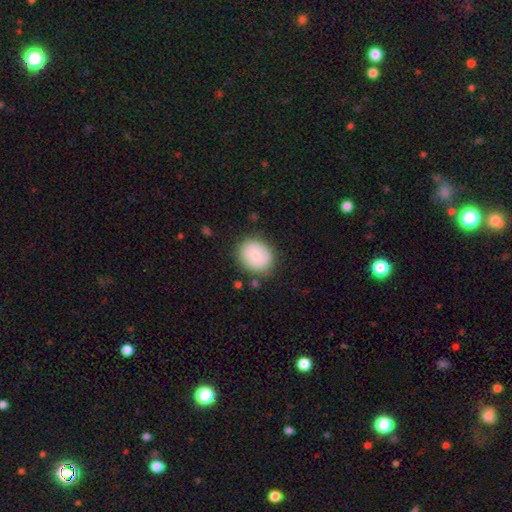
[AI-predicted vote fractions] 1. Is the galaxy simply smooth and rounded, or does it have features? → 72% smooth, 21% featured or disk, 7% star or artifact.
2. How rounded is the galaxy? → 68% round, 32% in between, 1% cigar-shaped.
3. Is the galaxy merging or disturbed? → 80% none, 14% minor disturbance, 4% major disturbance, 2% merger.